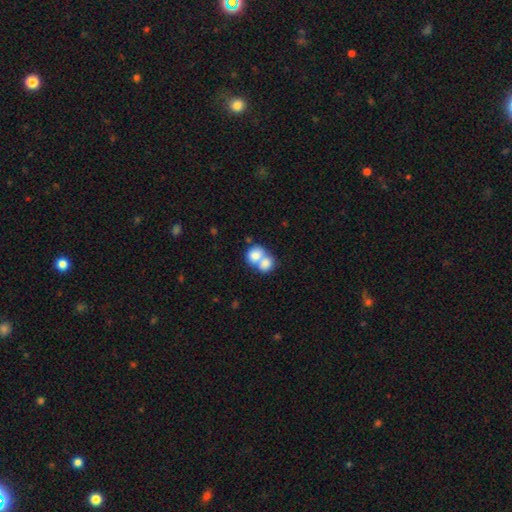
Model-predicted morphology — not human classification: smooth_or_featured: smooth (p=0.77) [alt: featured or disk p=0.16]
how_rounded: round (p=0.59) [alt: in between p=0.40]
merging: merger (p=0.74) [alt: none p=0.18]